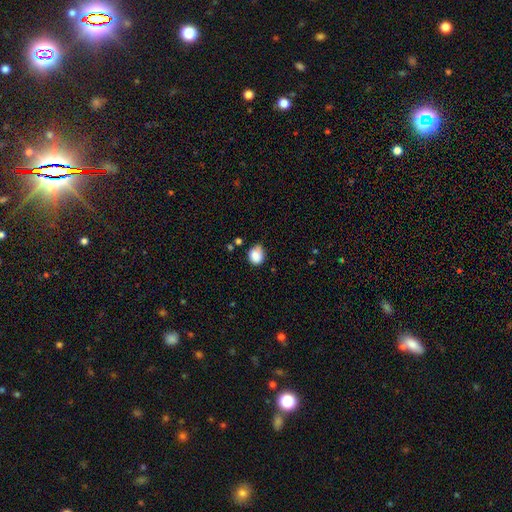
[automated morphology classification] Overall: smooth (85%). How rounded: round (62%; in between 37%). Merging: none (56%; minor disturbance 32%).